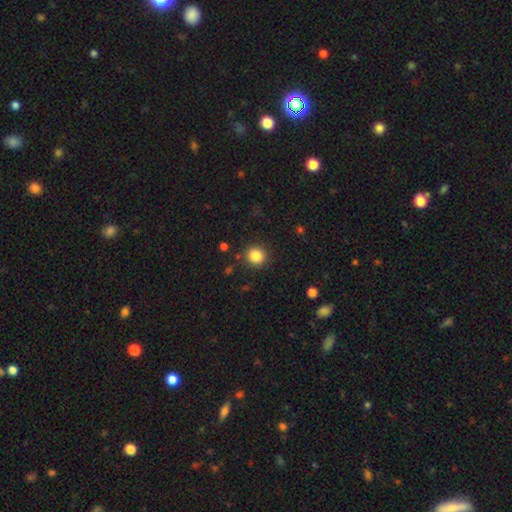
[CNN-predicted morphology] Smooth or featured: smooth — 85% (star or artifact — 11%)
How rounded: round — 89% (in between — 10%)
Merging: none — 89% (minor disturbance — 7%)